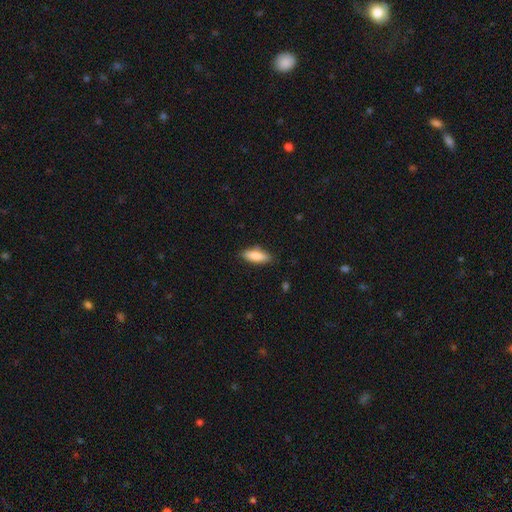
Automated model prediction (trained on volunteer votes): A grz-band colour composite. It shows a smooth galaxy with no disk features (83%) that is in between round and cigar-shaped (66%). Merging: none (83%).